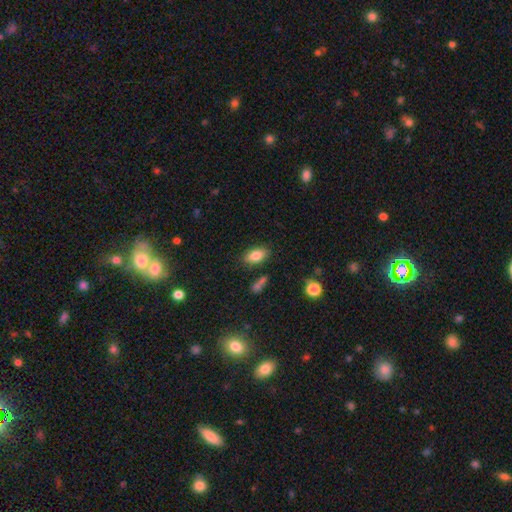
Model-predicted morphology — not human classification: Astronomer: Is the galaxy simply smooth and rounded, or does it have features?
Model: smooth — 82%.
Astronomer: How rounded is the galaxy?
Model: in between — 90%.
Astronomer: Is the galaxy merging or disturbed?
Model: none — 81%.